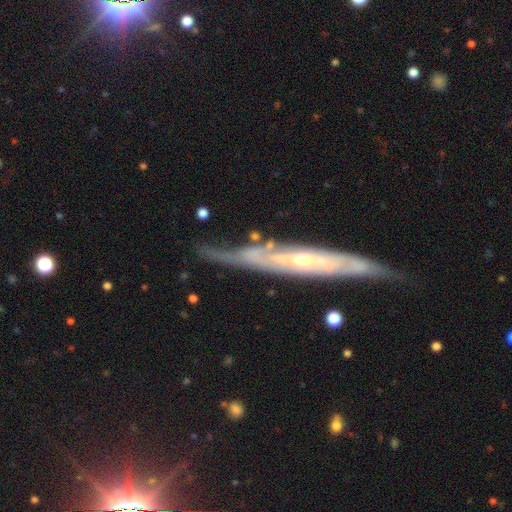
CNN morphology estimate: smooth-or-featured: featured or disk: 79% | smooth: 16% | star or artifact: 5%
  disk-edge-on: yes: 57% | no: 43%
  merging: none: 61% | minor disturbance: 24% | major disturbance: 10% | merger: 5%